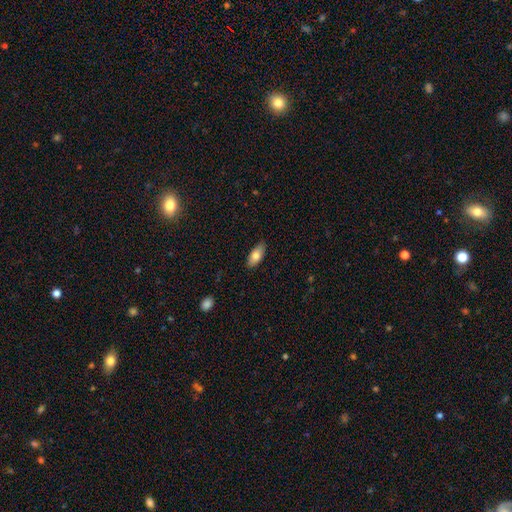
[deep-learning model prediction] Smooth or featured?
  - smooth: 78% *
  - featured or disk: 16%
  - star or artifact: 6%
How rounded?
  - in between: 84% *
  - cigar-shaped: 14%
  - round: 2%
Merging?
  - none: 86% *
  - minor disturbance: 11%
  - major disturbance: 2%
  - merger: 1%